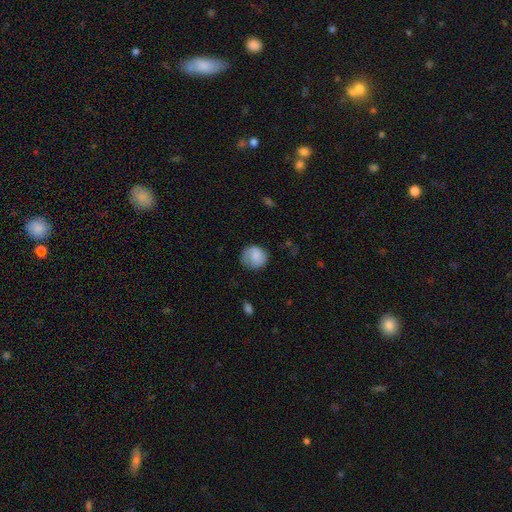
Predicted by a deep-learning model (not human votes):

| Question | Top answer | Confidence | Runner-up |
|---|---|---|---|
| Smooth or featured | smooth | 73% | featured or disk (20%) |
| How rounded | round | 80% | in between (19%) |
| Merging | none | 65% | minor disturbance (25%) |